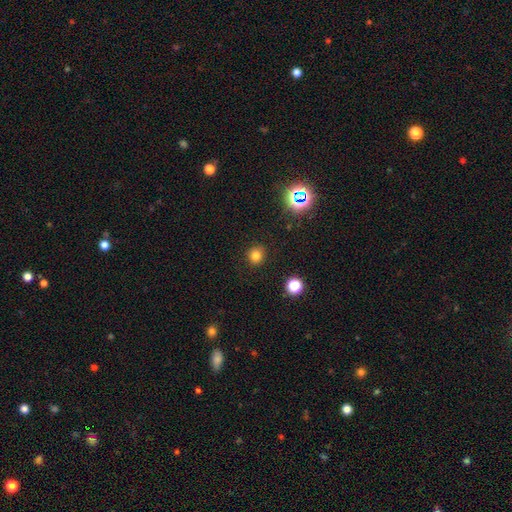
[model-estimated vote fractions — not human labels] A smooth galaxy with no disk features (78%) that is round (86%).

Vote fractions:
- Smooth or featured? smooth: 78% / star or artifact: 17% / featured or disk: 5%
- How rounded? round: 86% / in between: 13% / cigar-shaped: 1%
- Merging? none: 90% / minor disturbance: 7% / major disturbance: 2% / merger: 1%